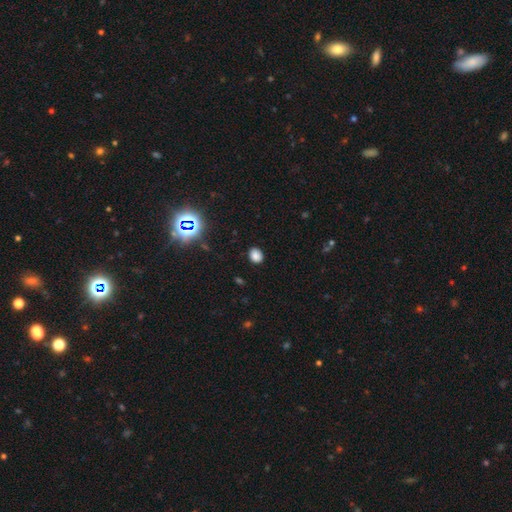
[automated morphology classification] Q: Smooth or featured?
A: smooth (80%); runner-up: star or artifact (15%)
Q: How rounded?
A: in between (55%); runner-up: round (44%)
Q: Merging?
A: none (87%); runner-up: minor disturbance (9%)